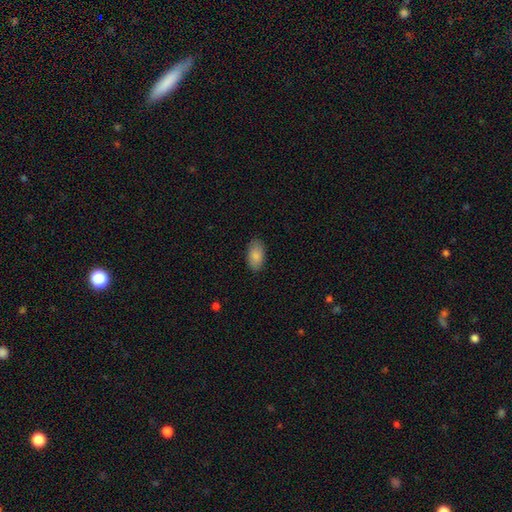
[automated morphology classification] The model was most divided on "merging": none: 87%, minor disturbance: 10%, major disturbance: 2%, merger: 1%. More confident: how rounded — in between (94%); smooth or featured — smooth (87%).